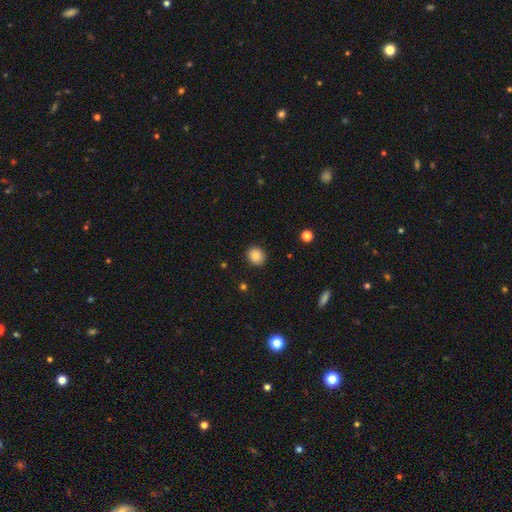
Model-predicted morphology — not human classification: Overall: smooth (87%). How rounded: round (79%). Merging: none (89%).